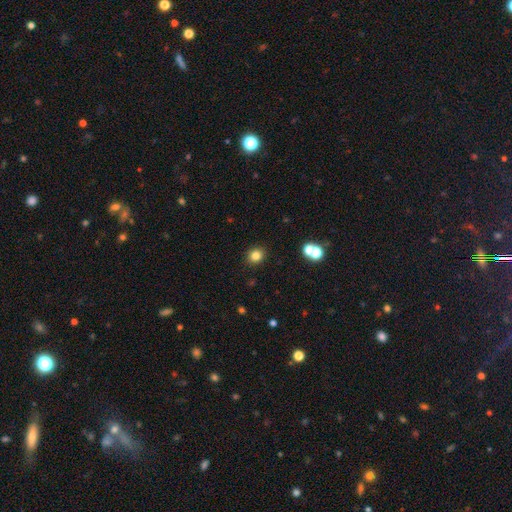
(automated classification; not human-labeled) smooth_or_featured: smooth (p=0.80) [alt: star or artifact p=0.13]
how_rounded: round (p=0.74) [alt: in between p=0.25]
merging: none (p=0.89) [alt: minor disturbance p=0.06]